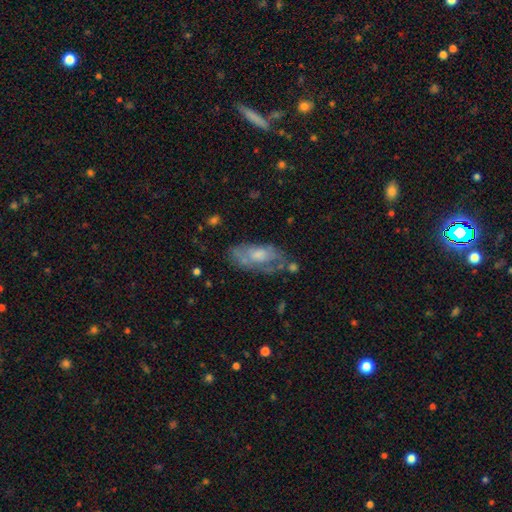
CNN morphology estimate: Smooth or featured?
  - featured or disk: 52% *
  - smooth: 41%
  - star or artifact: 8%
Edge-on disk?
  - no: 88% *
  - yes: 12%
Merging?
  - none: 48% *
  - minor disturbance: 27%
  - major disturbance: 17%
  - merger: 7%